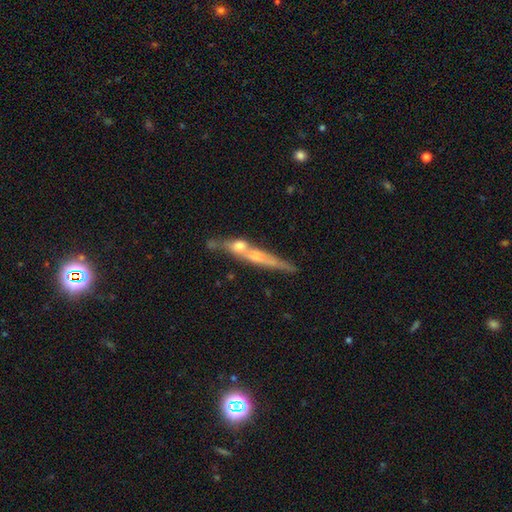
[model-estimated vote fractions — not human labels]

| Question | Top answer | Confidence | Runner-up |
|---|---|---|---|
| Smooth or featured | featured or disk | 64% | smooth (27%) |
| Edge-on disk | yes | 86% | no (14%) |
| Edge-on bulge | rounded | 59% | none (31%) |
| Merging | none | 57% | merger (23%) |